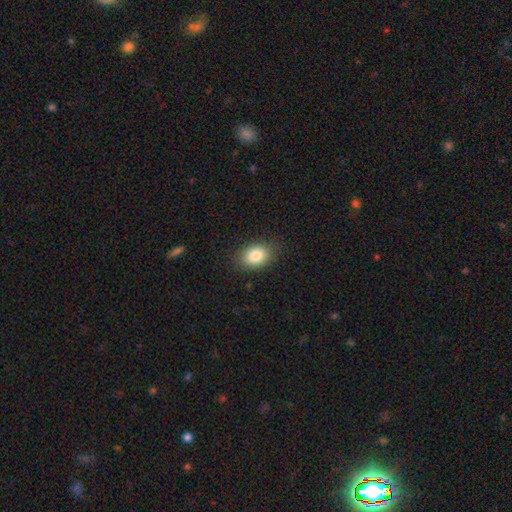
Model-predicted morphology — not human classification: This appears to be a smooth galaxy with no disk features (84%) that is in between round and cigar-shaped (77%). Merging: none (84%).